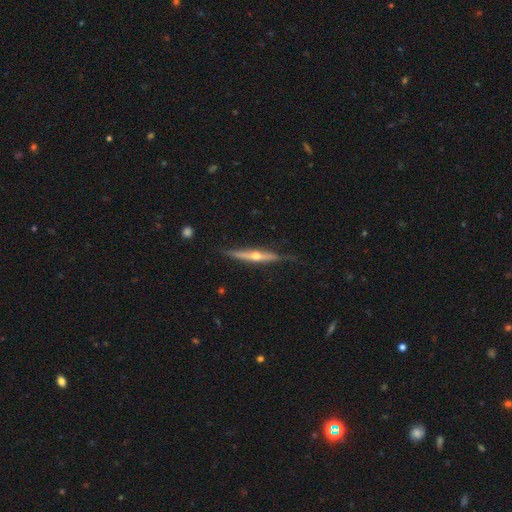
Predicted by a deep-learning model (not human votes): featured or disk 75%, smooth 20%, star or artifact 5%. Down the decision tree: edge-on disk — yes (96%); edge-on bulge — rounded (92%); merging — none (76%).